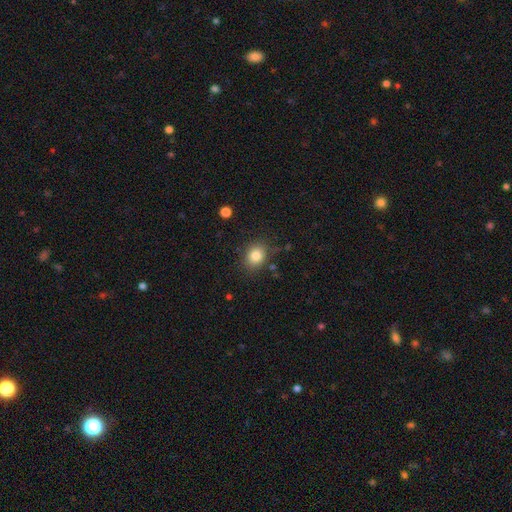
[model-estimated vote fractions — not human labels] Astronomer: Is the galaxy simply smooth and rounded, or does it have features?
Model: smooth — 83%.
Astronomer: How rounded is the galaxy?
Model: round — 58% (runner-up: in between, 41%).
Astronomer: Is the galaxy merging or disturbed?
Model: none — 83%.